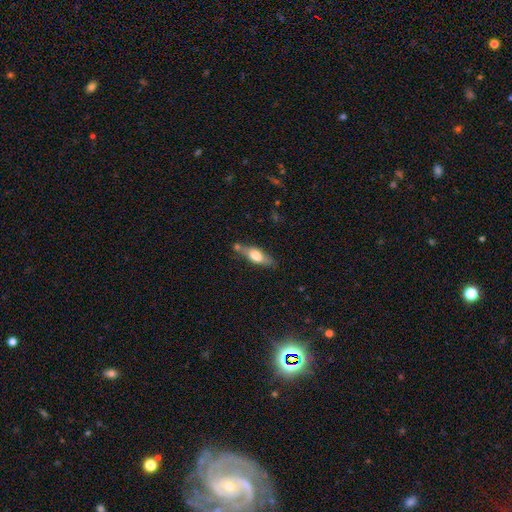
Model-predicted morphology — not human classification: This is possibly a smooth galaxy (56%). How rounded: possibly in between (57%). Merging: likely none (65%).